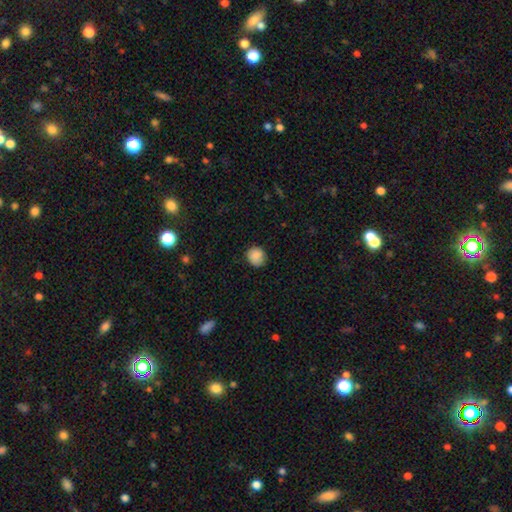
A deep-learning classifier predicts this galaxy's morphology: smooth_or_featured: smooth (p=0.88) [alt: star or artifact p=0.08]
how_rounded: round (p=0.86) [alt: in between p=0.13]
merging: none (p=0.83) [alt: minor disturbance p=0.13]